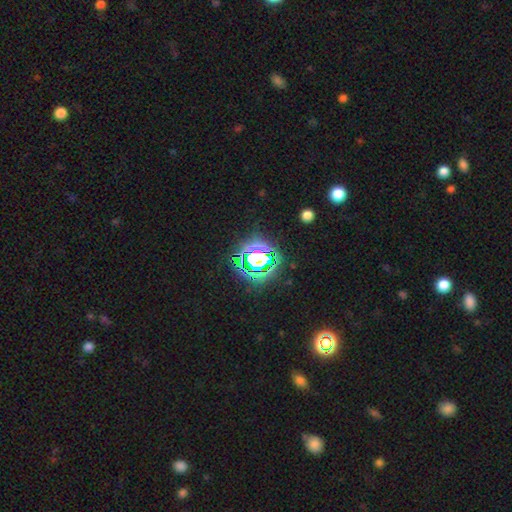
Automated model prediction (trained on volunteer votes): This appears to be a star or artifact, not a galaxy (75%).